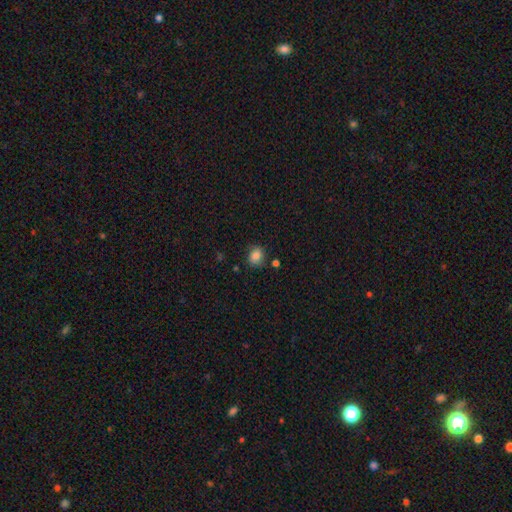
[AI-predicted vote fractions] Smooth or featured? Predicted: smooth (p=0.84). How rounded? Predicted: round (p=0.62). Merging? Predicted: none (p=0.76).